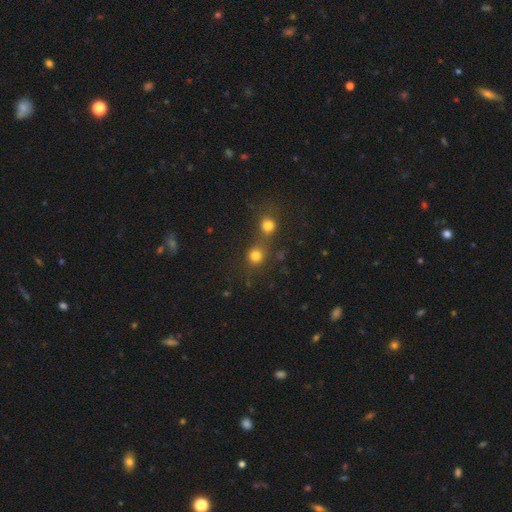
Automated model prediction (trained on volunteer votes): Overall: smooth (78%). How rounded: round (87%). Merging: none (50%; merger 39%).